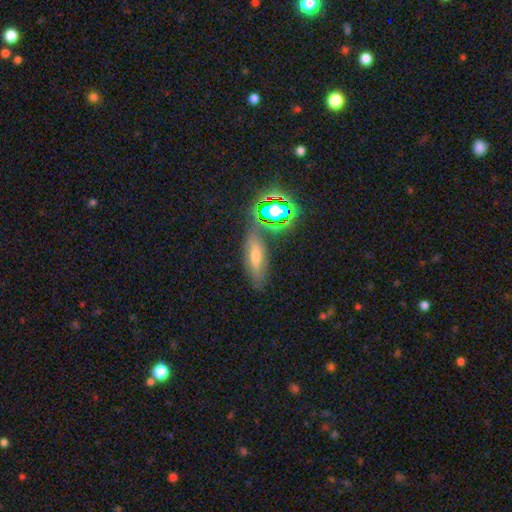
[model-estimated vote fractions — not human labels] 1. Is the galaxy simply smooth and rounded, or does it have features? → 44% smooth, 29% featured or disk, 26% star or artifact.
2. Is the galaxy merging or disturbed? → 72% none, 15% minor disturbance, 7% merger, 5% major disturbance.